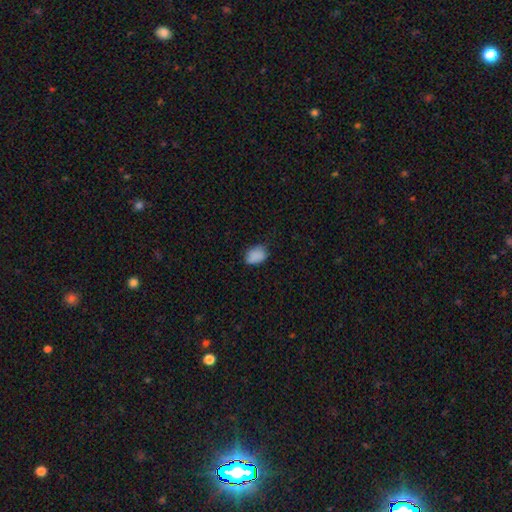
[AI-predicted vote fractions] Smooth or featured? smooth (86%)
How rounded? in between (74%)
Merging? none (68%)